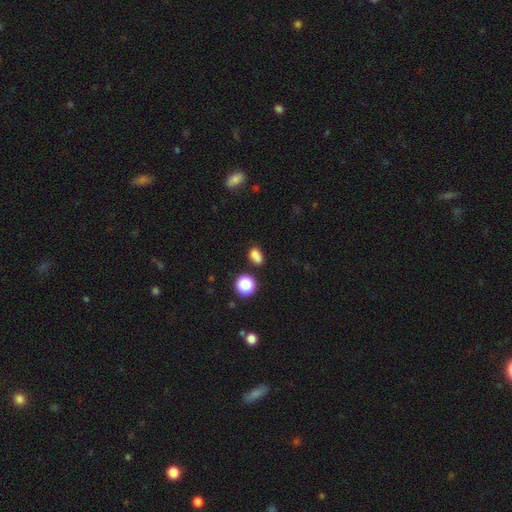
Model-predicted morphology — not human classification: smooth 78%, star or artifact 16%, featured or disk 6%. Down the decision tree: how rounded — in between (68%); merging — none (61%).